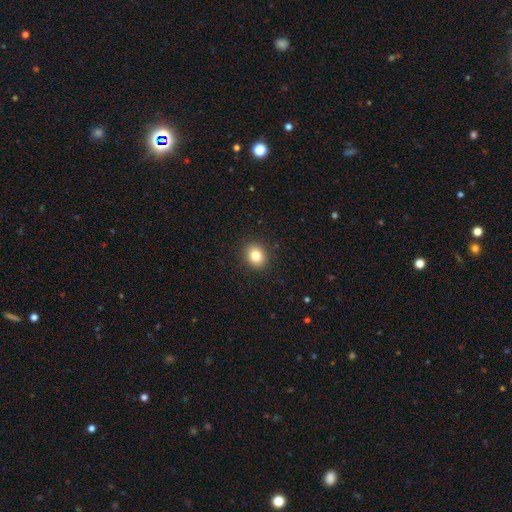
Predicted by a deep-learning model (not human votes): Smooth or featured: smooth — 82% (star or artifact — 10%)
How rounded: round — 65% (in between — 34%)
Merging: none — 91% (minor disturbance — 6%)